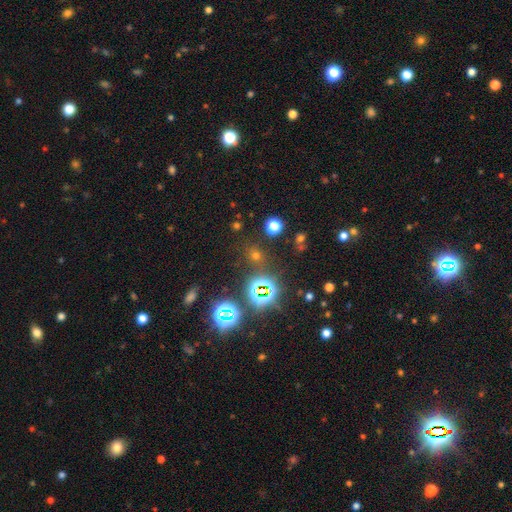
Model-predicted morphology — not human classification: A smooth galaxy with no disk features (47%). Merging: none (82%).